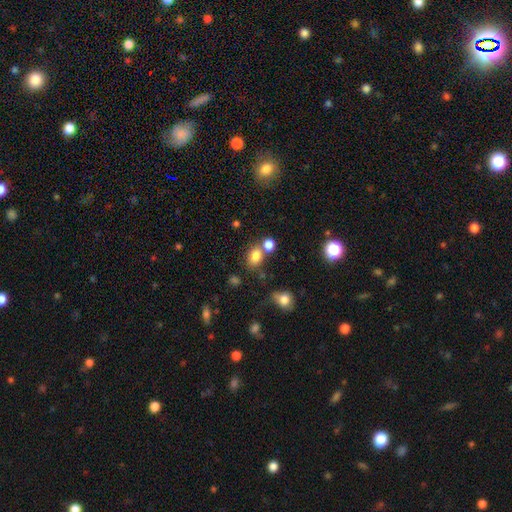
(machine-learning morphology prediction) Smooth or featured? smooth (80%)
How rounded? in between (57%)
Merging? none (56%)